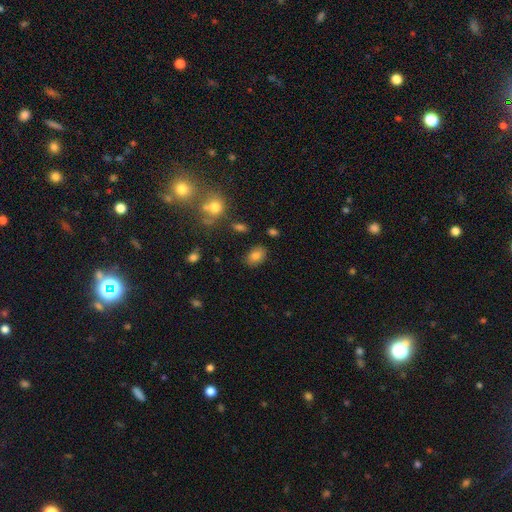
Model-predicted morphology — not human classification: smooth 80%, star or artifact 11%, featured or disk 10%. Down the decision tree: how rounded — in between (78%); merging — none (83%).